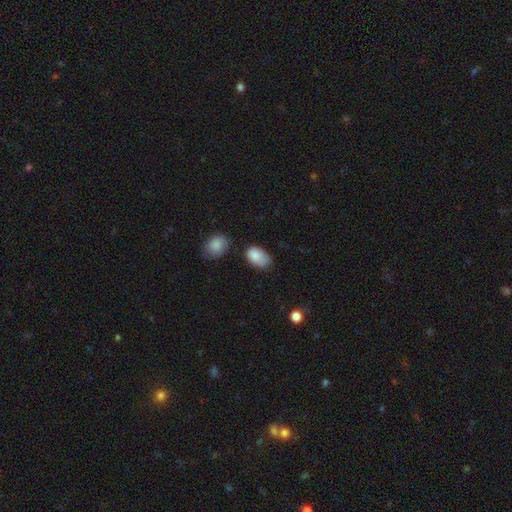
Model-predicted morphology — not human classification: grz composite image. It shows a smooth galaxy with no disk features (85%) that is in between round and cigar-shaped (90%). Merging: none (51%).